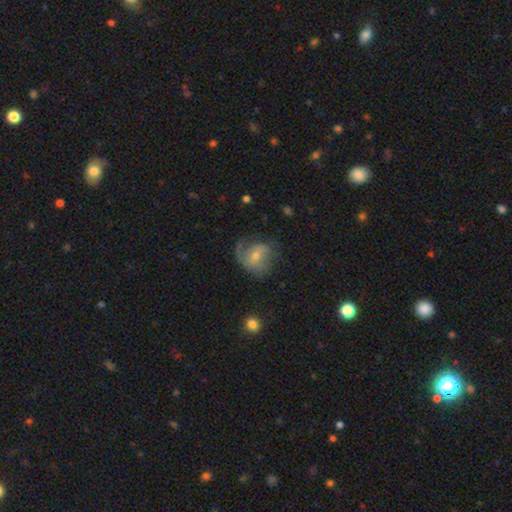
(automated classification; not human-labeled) A featured or disk galaxy (65%) with no bar (50%), 1 (38%) medium (41%) spiral arms (87%) and a small central bulge (52%).

Vote fractions:
- Smooth or featured? featured or disk: 65% / smooth: 25% / star or artifact: 9%
- Edge-on disk? no: 97% / yes: 3%
- Bar? no: 50% / weak: 38% / strong: 12%
- Spiral arms? yes: 87% / no: 13%
- Spiral winding? medium: 41% / loose: 32% / tight: 27%
- Spiral arm count? 1: 38% / 2: 37% / can't tell: 16% / 3: 6% / 4: 2% / more than 4: 2%
- Bulge size? small: 52% / moderate: 43% / none: 2% / large: 2% / dominant: 1%
- Merging? none: 52% / minor disturbance: 24% / major disturbance: 23% / merger: 2%